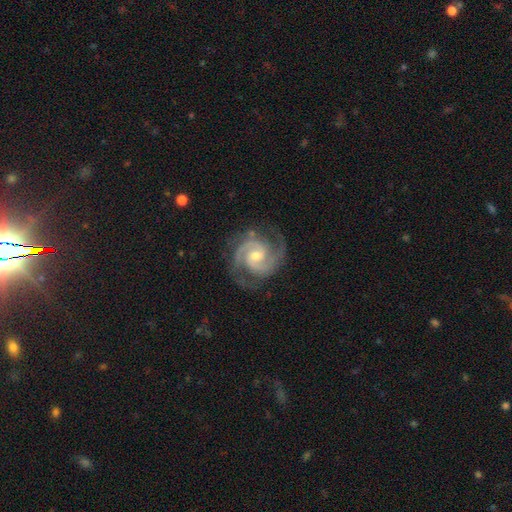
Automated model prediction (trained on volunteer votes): A featured or disk galaxy (93%) with no bar (48%), 2 (83%) tight (49%) spiral arms (99%) and a moderate central bulge (51%). Merging: none (78%).